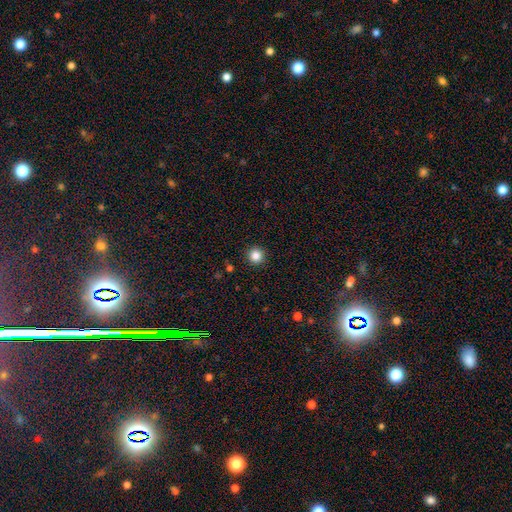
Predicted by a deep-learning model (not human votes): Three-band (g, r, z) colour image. It shows a smooth galaxy with no disk features (85%) that is round (96%). Merging: none (93%).